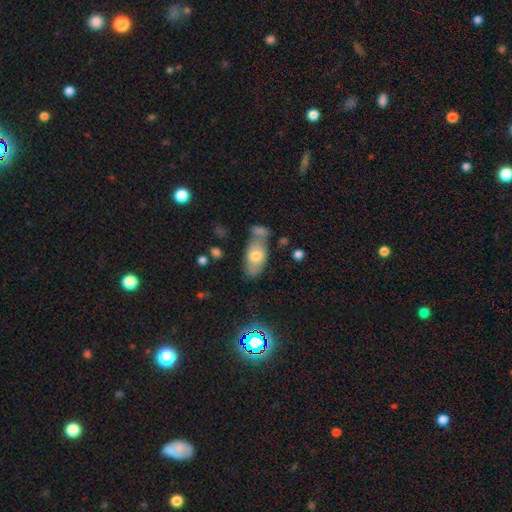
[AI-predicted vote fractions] This is likely a smooth galaxy (66%). How rounded: clearly in between (91%). Merging: possibly none (52%).